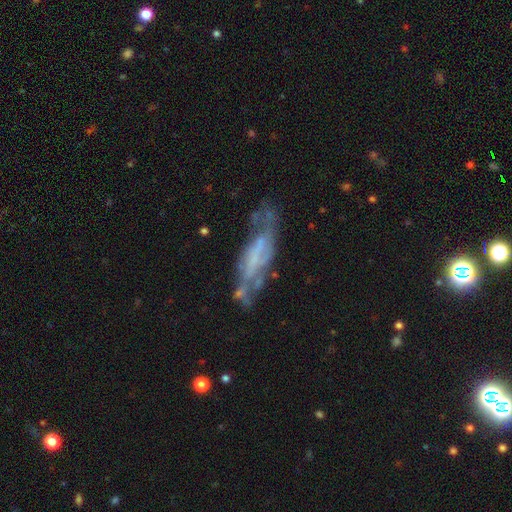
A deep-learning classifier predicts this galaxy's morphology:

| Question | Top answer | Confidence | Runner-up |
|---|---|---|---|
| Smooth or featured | featured or disk | 66% | smooth (24%) |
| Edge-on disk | no | 73% | yes (27%) |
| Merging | none | 49% | minor disturbance (25%) |